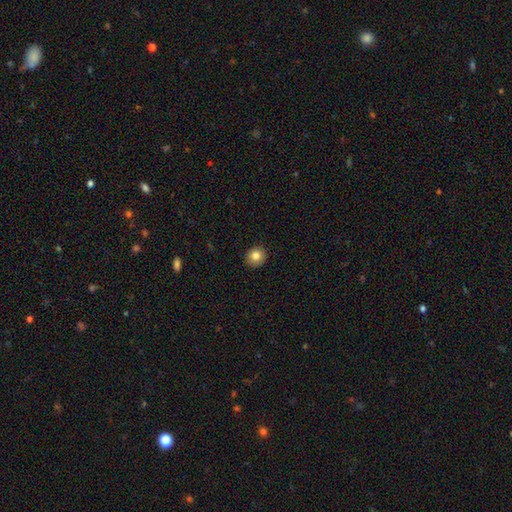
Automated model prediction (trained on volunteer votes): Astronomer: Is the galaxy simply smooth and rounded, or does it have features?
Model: smooth — 82%.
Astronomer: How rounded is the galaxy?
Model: round — 90%.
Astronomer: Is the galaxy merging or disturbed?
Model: none — 91%.